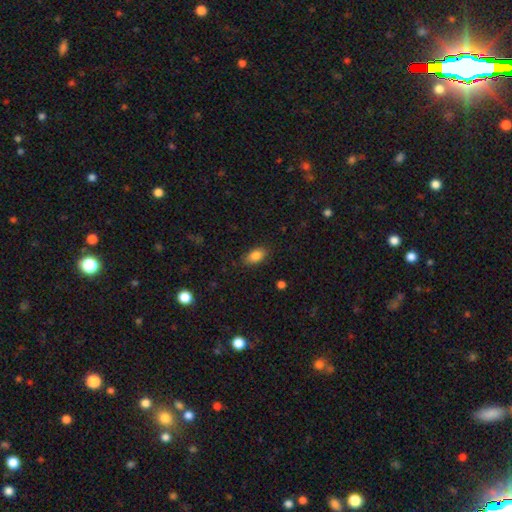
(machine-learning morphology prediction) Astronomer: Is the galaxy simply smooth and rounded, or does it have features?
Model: smooth — 85%.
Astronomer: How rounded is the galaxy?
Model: in between — 90%.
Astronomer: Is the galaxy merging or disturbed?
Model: none — 86%.